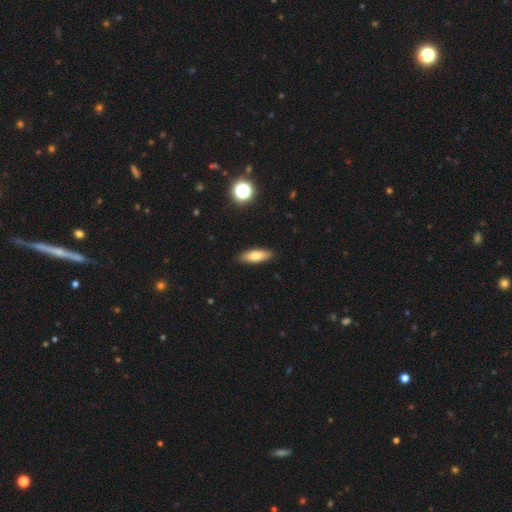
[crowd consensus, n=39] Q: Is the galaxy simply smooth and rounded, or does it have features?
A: smooth — 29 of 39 (74%).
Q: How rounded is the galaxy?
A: in between — 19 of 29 (66%).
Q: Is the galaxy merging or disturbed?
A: none — 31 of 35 (89%).